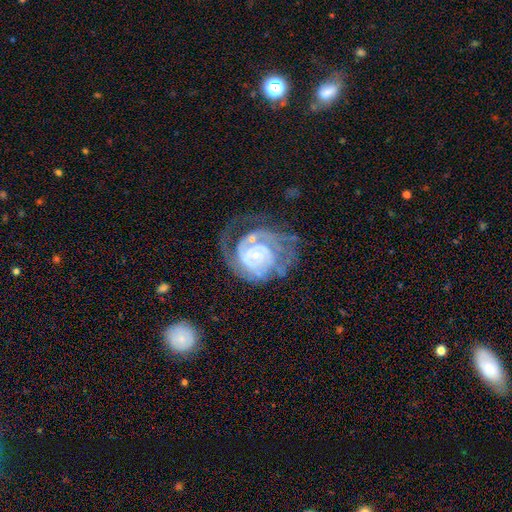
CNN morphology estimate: A featured or disk galaxy (87%) with no bar (66%), 2 (38%) tight (71%) spiral arms (96%) and a small central bulge (77%).

Vote fractions:
- Smooth or featured? featured or disk: 87% / smooth: 7% / star or artifact: 6%
- Edge-on disk? no: 98% / yes: 2%
- Bar? no: 66% / weak: 26% / strong: 8%
- Spiral arms? yes: 96% / no: 4%
- Spiral winding? tight: 71% / medium: 23% / loose: 6%
- Spiral arm count? 2: 38% / can't tell: 25% / 3: 16% / 1: 9% / 4: 7% / more than 4: 5%
- Bulge size? small: 77% / moderate: 13% / none: 6% / large: 3% / dominant: 1%
- Merging? none: 53% / major disturbance: 24% / minor disturbance: 20% / merger: 4%